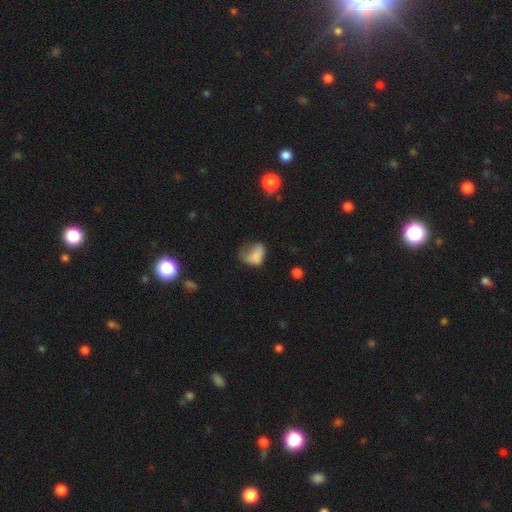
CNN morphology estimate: Q: Smooth or featured?
A: smooth (69%); runner-up: featured or disk (19%)
Q: How rounded?
A: in between (75%); runner-up: round (23%)
Q: Merging?
A: major disturbance (46%); runner-up: minor disturbance (28%)